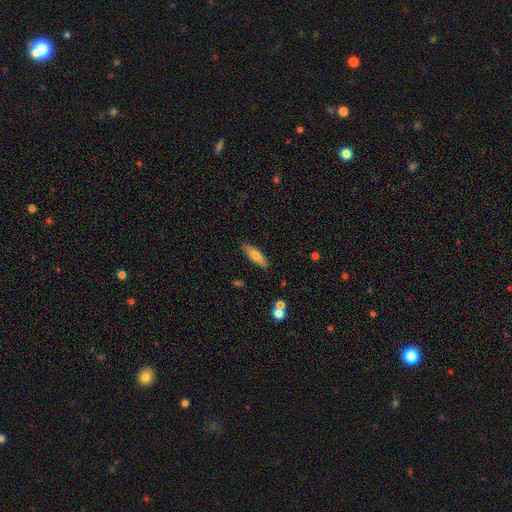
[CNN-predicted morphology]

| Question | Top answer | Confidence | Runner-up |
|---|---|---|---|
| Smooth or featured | smooth | 69% | featured or disk (24%) |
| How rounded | cigar-shaped | 56% | in between (42%) |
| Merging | none | 86% | minor disturbance (10%) |